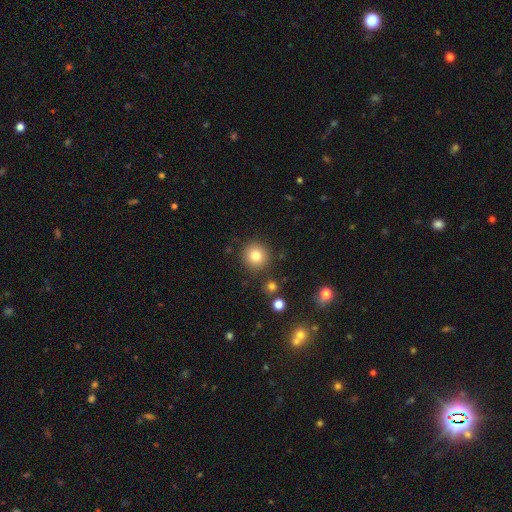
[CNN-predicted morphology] This appears to be a smooth galaxy with no disk features (81%) that is round (93%). Merging: none (88%).